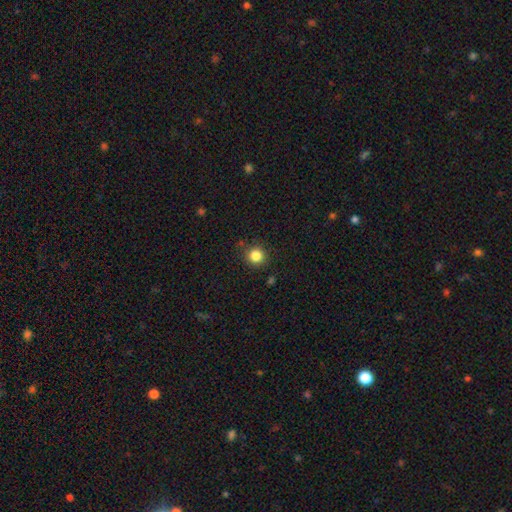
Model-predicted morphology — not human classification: Smooth or featured? smooth (84%)
How rounded? round (93%)
Merging? none (88%)